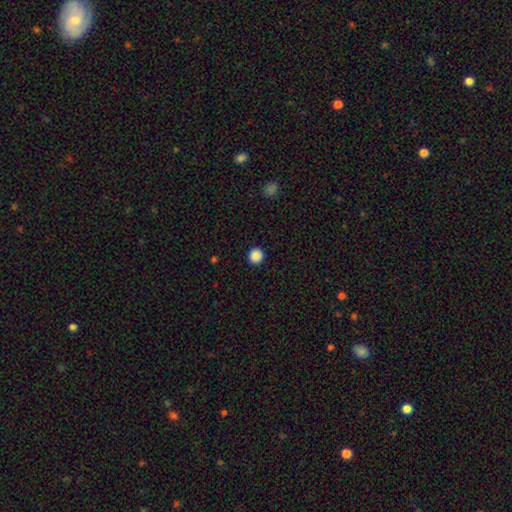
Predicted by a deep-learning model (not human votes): The model was most divided on "smooth or featured": smooth: 88%, star or artifact: 10%, featured or disk: 2%. More confident: how rounded — round (94%); merging — none (93%).